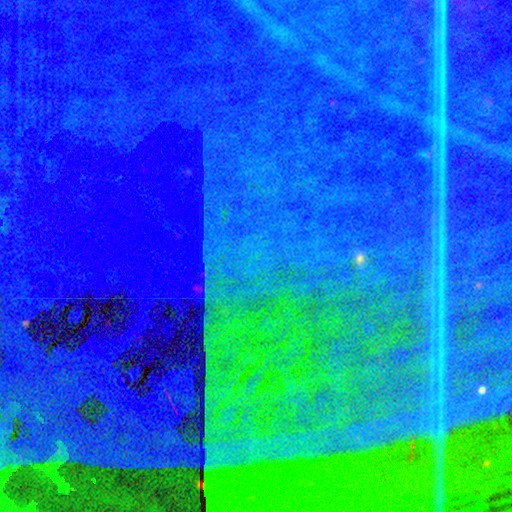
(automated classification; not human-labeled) Smooth or featured?
  - star or artifact: 89% *
  - featured or disk: 6%
  - smooth: 5%